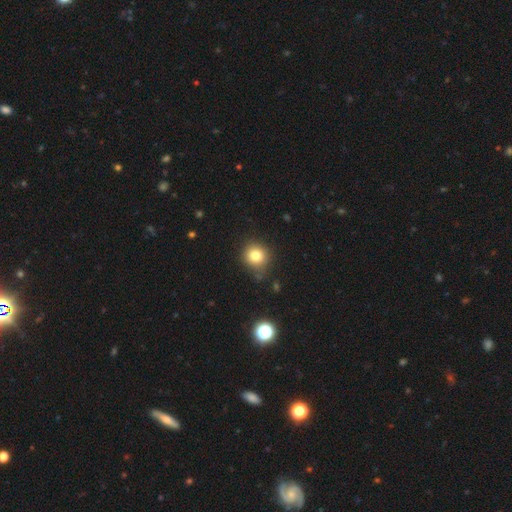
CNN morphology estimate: smooth-or-featured: smooth: 79% | star or artifact: 13% | featured or disk: 8%
  how-rounded: round: 89% | in between: 10% | cigar-shaped: 1%
  merging: none: 79% | minor disturbance: 15% | major disturbance: 4% | merger: 2%